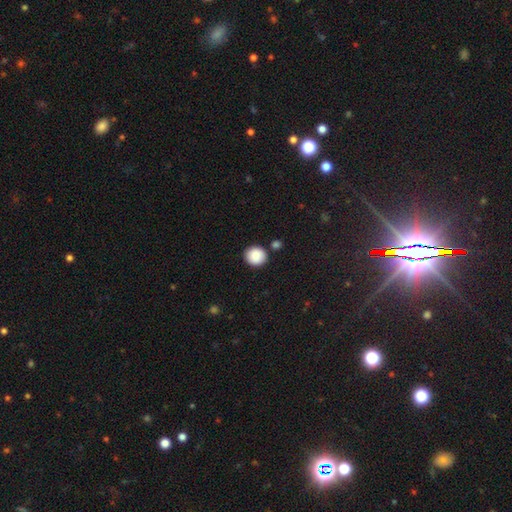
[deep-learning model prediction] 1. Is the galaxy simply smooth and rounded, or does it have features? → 88% smooth, 8% star or artifact, 4% featured or disk.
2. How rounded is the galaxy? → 86% round, 13% in between, 1% cigar-shaped.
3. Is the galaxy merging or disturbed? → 83% none, 9% minor disturbance, 5% merger, 2% major disturbance.